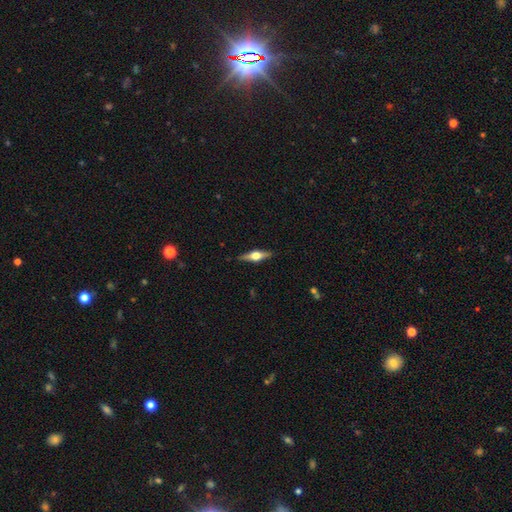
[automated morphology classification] A featured or disk galaxy (73%) viewed edge-on (97%) with a rounded central bulge (94%). Merging: none (89%).